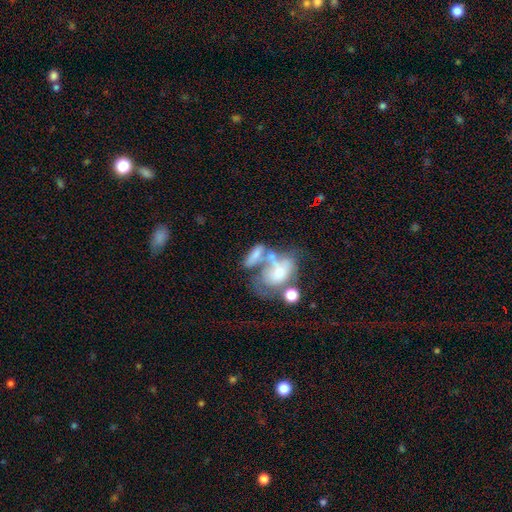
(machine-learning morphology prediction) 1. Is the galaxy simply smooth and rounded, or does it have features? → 50% smooth, 40% featured or disk, 11% star or artifact.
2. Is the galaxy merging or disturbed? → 55% merger, 18% none, 16% major disturbance, 11% minor disturbance.